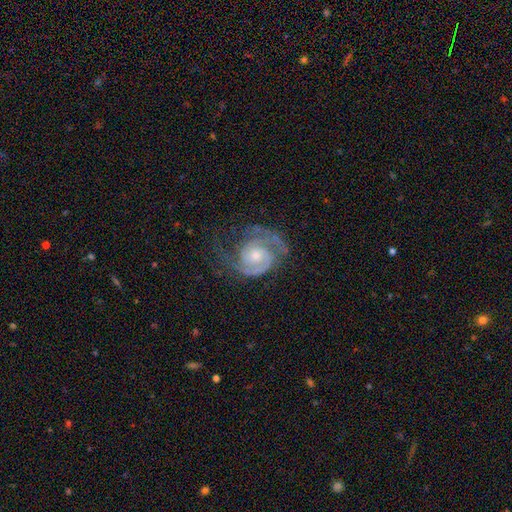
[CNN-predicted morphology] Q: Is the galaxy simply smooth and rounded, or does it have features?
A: featured or disk — 91%.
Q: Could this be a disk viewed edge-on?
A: no — 98%.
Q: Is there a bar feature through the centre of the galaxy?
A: no — 66%.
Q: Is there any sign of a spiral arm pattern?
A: yes — 98%.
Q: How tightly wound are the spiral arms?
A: tight — 56%.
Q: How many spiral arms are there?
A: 2 — 79%.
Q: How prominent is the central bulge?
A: moderate — 48%.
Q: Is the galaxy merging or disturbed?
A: none — 66%.